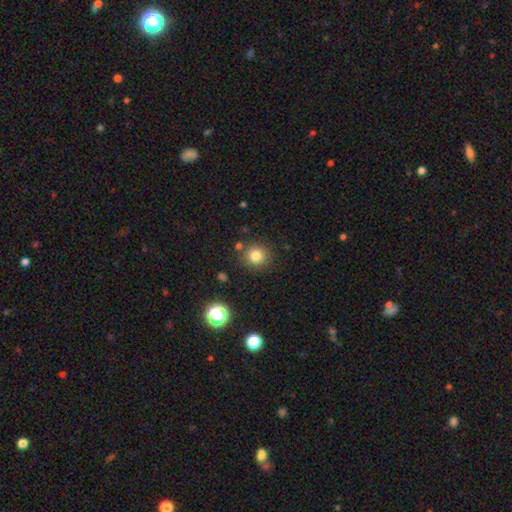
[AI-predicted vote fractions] Overall: smooth (80%). How rounded: round (91%). Merging: none (85%).